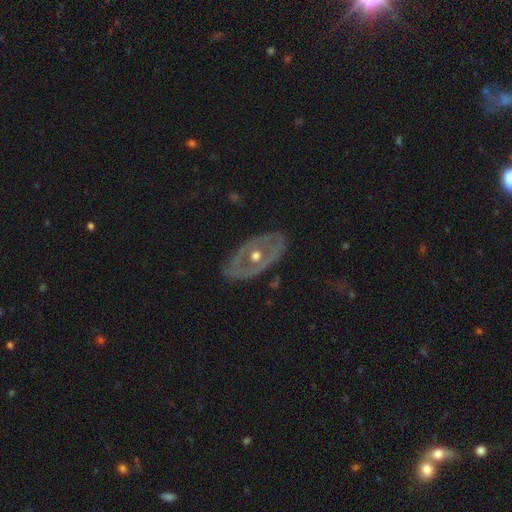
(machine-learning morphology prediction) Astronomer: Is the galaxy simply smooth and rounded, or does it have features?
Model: featured or disk — 76%.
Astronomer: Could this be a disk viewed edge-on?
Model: no — 89%.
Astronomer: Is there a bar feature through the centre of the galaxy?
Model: no — 85%.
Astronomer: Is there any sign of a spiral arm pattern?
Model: no — 72%.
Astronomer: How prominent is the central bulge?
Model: moderate — 78%.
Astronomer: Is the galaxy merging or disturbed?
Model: none — 75%.